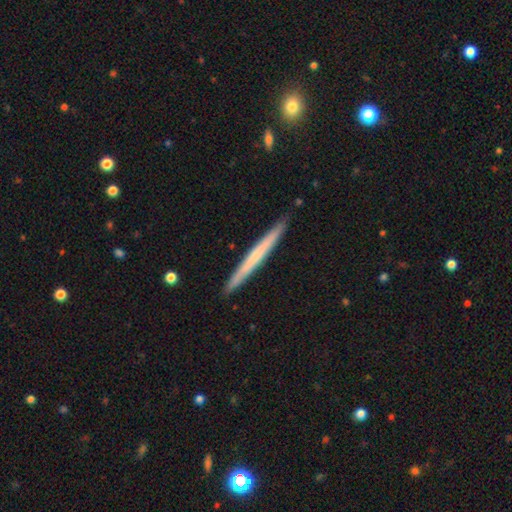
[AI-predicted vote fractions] Smooth or featured? Predicted: smooth (p=0.51). How rounded? Predicted: cigar-shaped (p=0.97). Merging? Predicted: none (p=0.91).